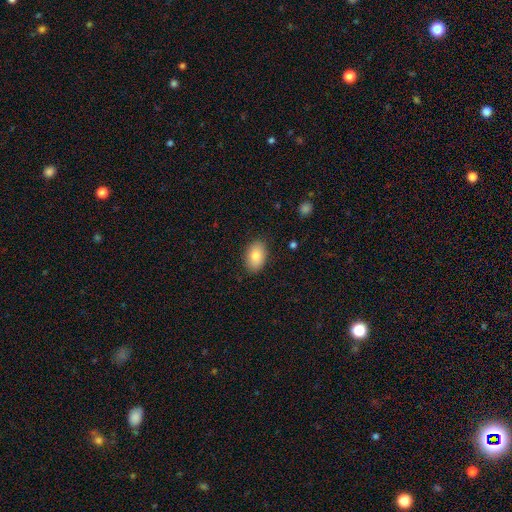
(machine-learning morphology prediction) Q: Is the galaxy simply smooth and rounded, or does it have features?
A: smooth — 82%.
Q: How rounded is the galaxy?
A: in between — 88%.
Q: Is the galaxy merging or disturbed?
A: none — 86%.